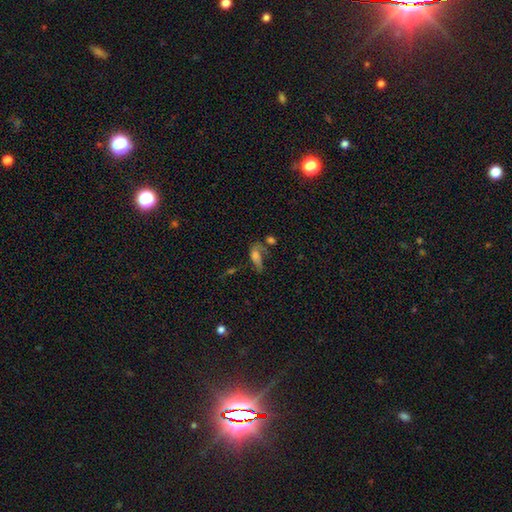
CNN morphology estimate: smooth 55%, featured or disk 29%, star or artifact 16%. Down the decision tree: how rounded — in between (77%); merging — none (32%).